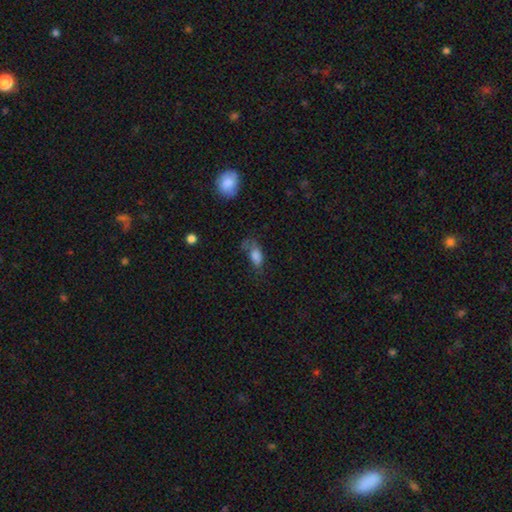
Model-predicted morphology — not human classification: This appears to be a smooth galaxy with no disk features (76%) that is in between round and cigar-shaped (86%). Merging: none (35%).